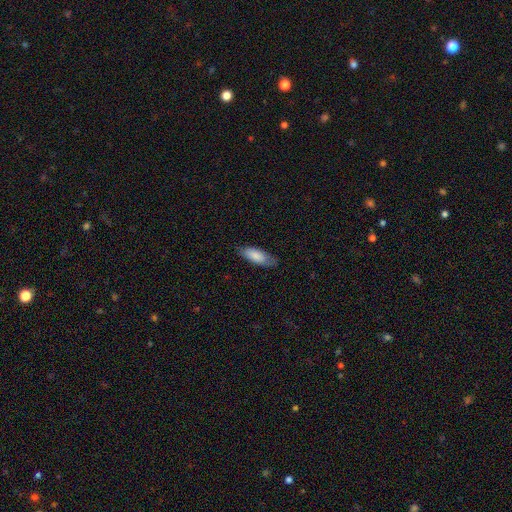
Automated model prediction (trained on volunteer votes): Q: Smooth or featured?
A: smooth (83%); runner-up: featured or disk (11%)
Q: How rounded?
A: in between (70%); runner-up: cigar-shaped (28%)
Q: Merging?
A: none (77%); runner-up: minor disturbance (18%)